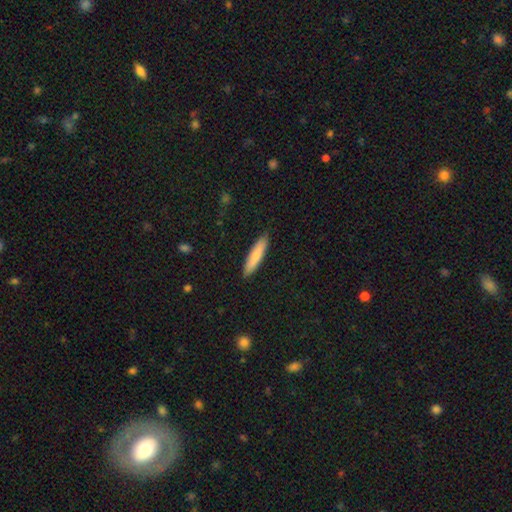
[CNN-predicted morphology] type=smooth (76%); roundness=cigar-shaped (82%); merging=none (89%).